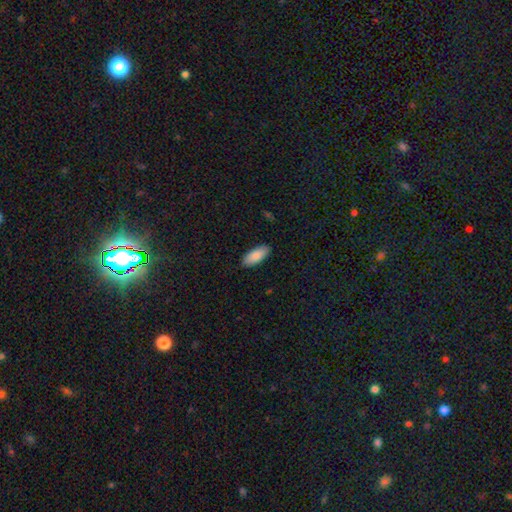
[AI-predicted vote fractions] A smooth galaxy with no disk features (87%) that is in between round and cigar-shaped (85%). Merging: none (89%).